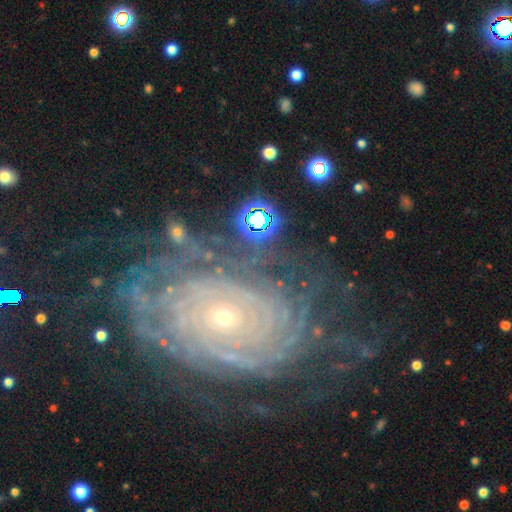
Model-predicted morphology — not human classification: smooth_or_featured: featured or disk (p=0.85) [alt: star or artifact p=0.09]
disk_edge_on: no (p=0.96) [alt: yes p=0.04]
bar: no (p=0.79) [alt: weak p=0.14]
has_spiral_arms: yes (p=0.96) [alt: no p=0.04]
spiral_winding: tight (p=0.83) [alt: medium p=0.13]
spiral_arm_count: can't tell (p=0.33) [alt: more than 4 p=0.28]
bulge_size: small (p=0.80) [alt: moderate p=0.16]
merging: none (p=0.68) [alt: minor disturbance p=0.17]